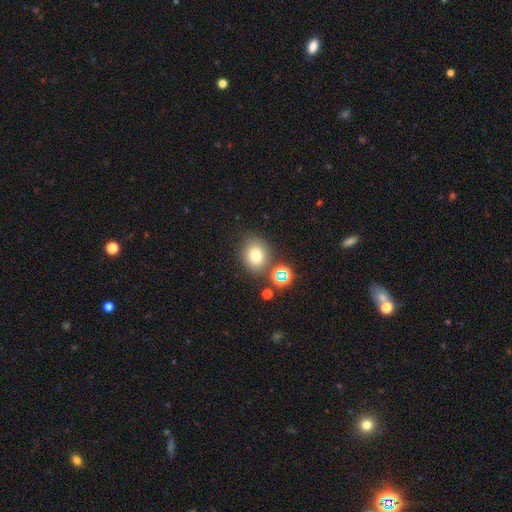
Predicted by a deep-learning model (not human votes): smooth_or_featured: smooth (p=0.72) [alt: star or artifact p=0.17]
how_rounded: round (p=0.66) [alt: in between p=0.33]
merging: none (p=0.71) [alt: minor disturbance p=0.14]